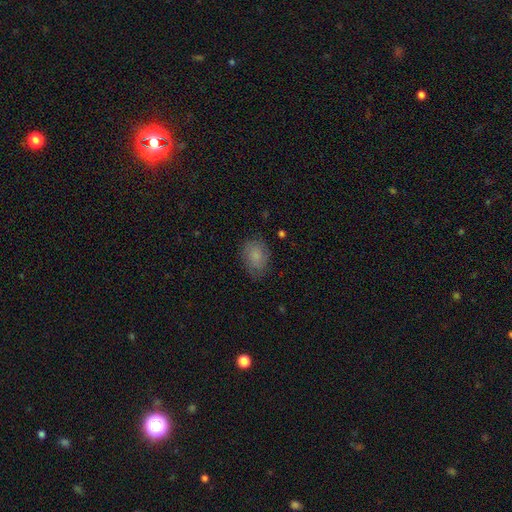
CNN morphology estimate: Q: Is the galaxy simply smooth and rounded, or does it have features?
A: smooth — 82%.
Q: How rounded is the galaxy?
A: in between — 68%.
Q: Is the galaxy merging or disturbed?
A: none — 76%.